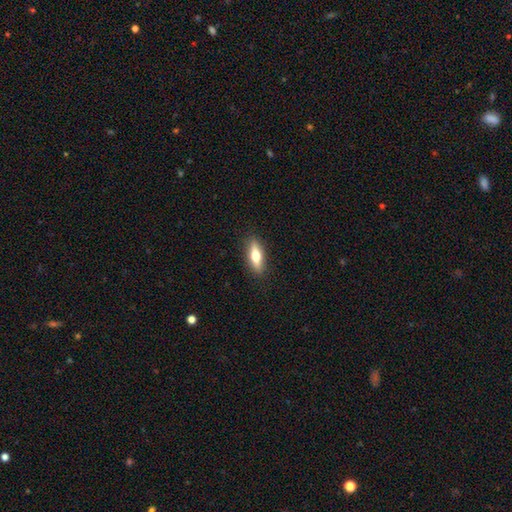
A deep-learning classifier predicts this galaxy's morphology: Smooth or featured: smooth — 62% (featured or disk — 32%)
How rounded: in between — 54% (cigar-shaped — 43%)
Merging: none — 89% (minor disturbance — 8%)